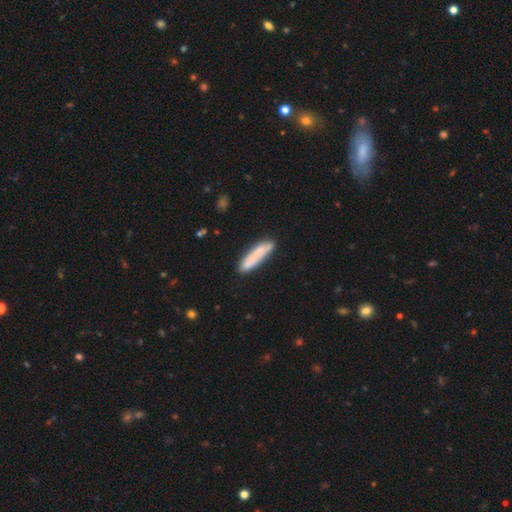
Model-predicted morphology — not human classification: Q: Smooth or featured?
A: smooth (69%); runner-up: featured or disk (25%)
Q: How rounded?
A: cigar-shaped (82%); runner-up: in between (16%)
Q: Merging?
A: none (76%); runner-up: minor disturbance (16%)